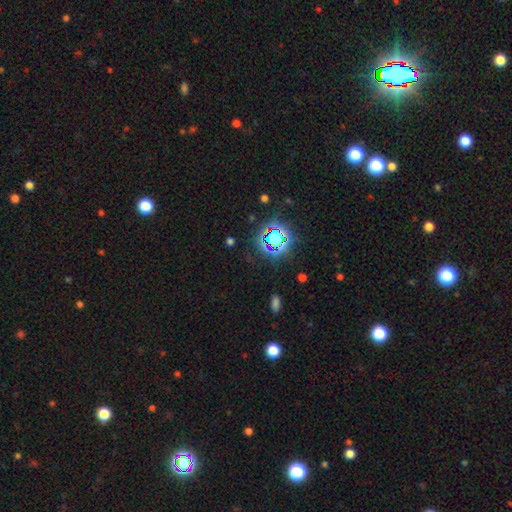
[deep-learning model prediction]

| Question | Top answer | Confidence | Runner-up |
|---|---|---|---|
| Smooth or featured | star or artifact | 73% | smooth (19%) |